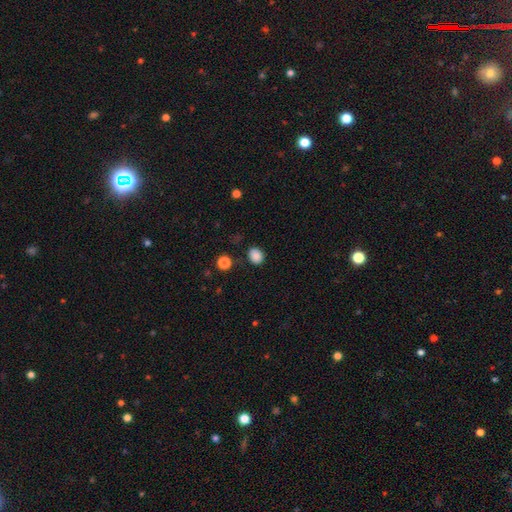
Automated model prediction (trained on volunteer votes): Smooth or featured: smooth — 86% (star or artifact — 11%)
How rounded: round — 54% (in between — 45%)
Merging: none — 81% (minor disturbance — 13%)